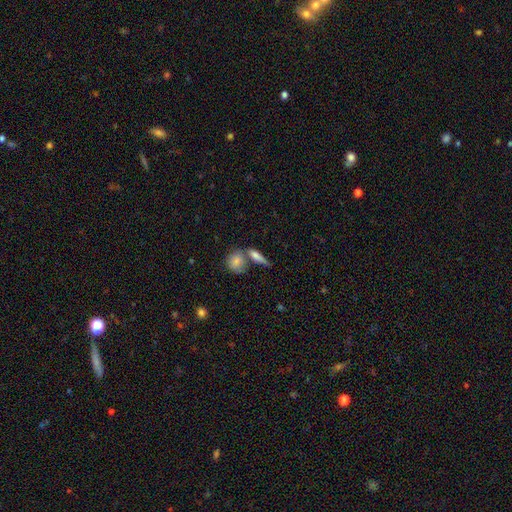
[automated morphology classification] Q: Smooth or featured?
A: smooth (69%); runner-up: featured or disk (22%)
Q: How rounded?
A: cigar-shaped (44%); runner-up: in between (40%)
Q: Merging?
A: none (52%); runner-up: merger (30%)